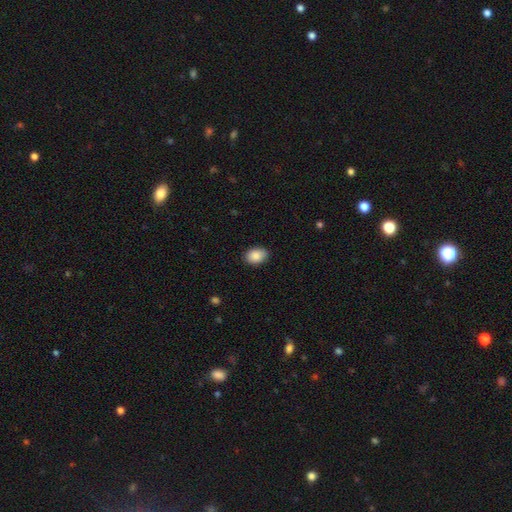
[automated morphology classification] This appears to be a smooth galaxy with no disk features (89%) that is in between round and cigar-shaped (80%). Merging: none (88%).